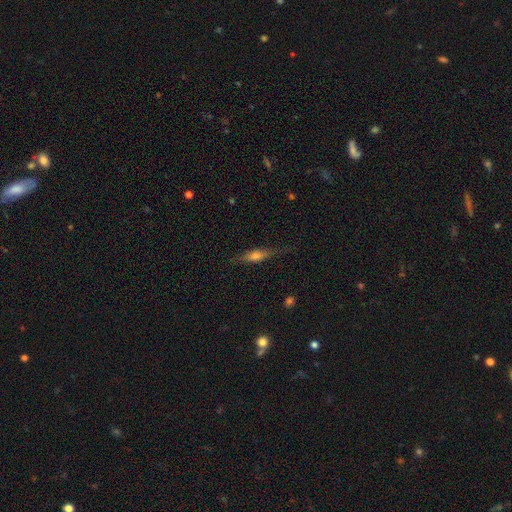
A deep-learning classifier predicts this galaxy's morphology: Overall: featured or disk (53%; smooth 38%). Edge-on disk: yes (92%). Merging: none (78%).